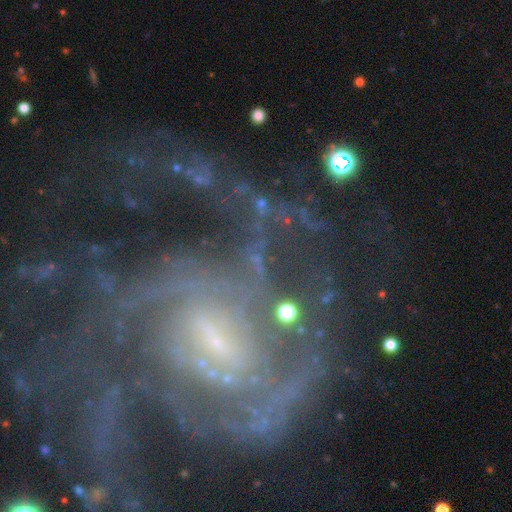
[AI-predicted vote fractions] Smooth or featured? Predicted: featured or disk (p=0.73). Edge-on disk? Predicted: no (p=0.96). Bar? Predicted: weak (p=0.38). Spiral arms? Predicted: yes (p=0.91). Spiral winding? Predicted: tight (p=0.46). Spiral arm count? Predicted: can't tell (p=0.27). Bulge size? Predicted: small (p=0.71). Merging? Predicted: none (p=0.63).